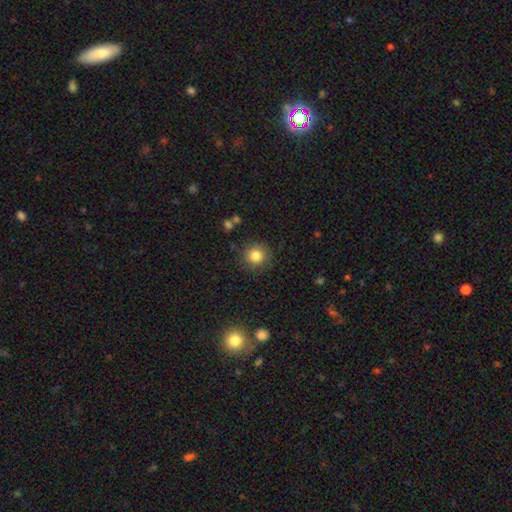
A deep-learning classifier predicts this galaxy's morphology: This appears to be a smooth galaxy with no disk features (82%) that is round (93%). Merging: none (86%).